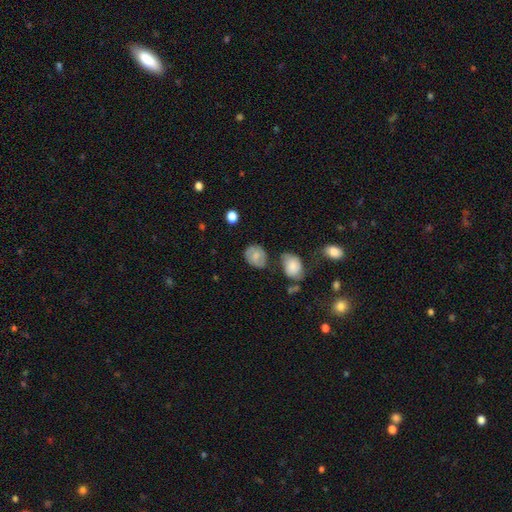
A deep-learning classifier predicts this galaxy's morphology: Smooth or featured?
  - smooth: 68% *
  - featured or disk: 23%
  - star or artifact: 8%
How rounded?
  - round: 50% *
  - in between: 49%
  - cigar-shaped: 1%
Merging?
  - none: 62% *
  - minor disturbance: 23%
  - major disturbance: 8%
  - merger: 7%